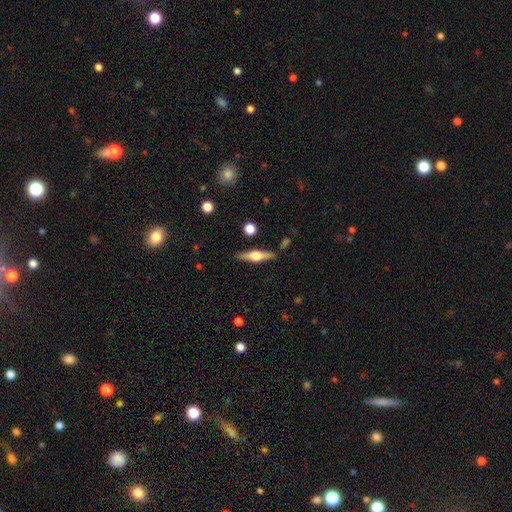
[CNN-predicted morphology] Overall: featured or disk (65%; smooth 29%). Edge-on disk: yes (96%). Edge-on bulge: rounded (92%). Merging: none (87%).